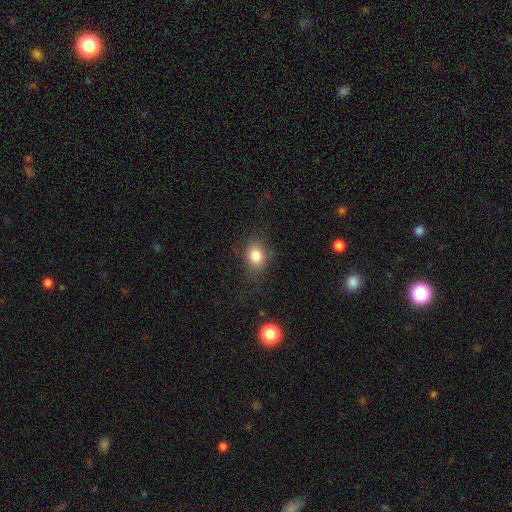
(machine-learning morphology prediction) type=smooth (81%); roundness=in between (50%); merging=none (78%).